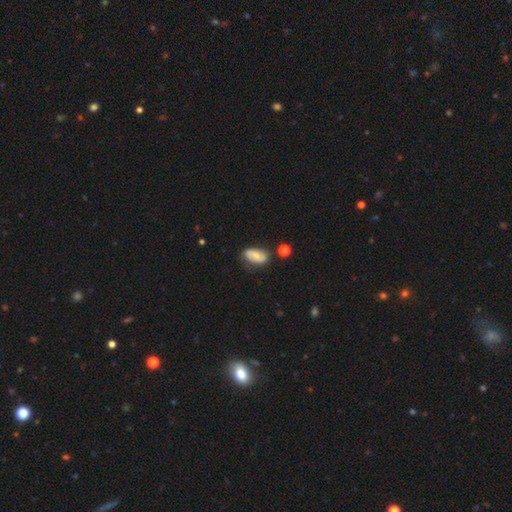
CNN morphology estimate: smooth_or_featured: smooth (p=0.49) [alt: featured or disk p=0.43]
merging: none (p=0.67) [alt: minor disturbance p=0.22]